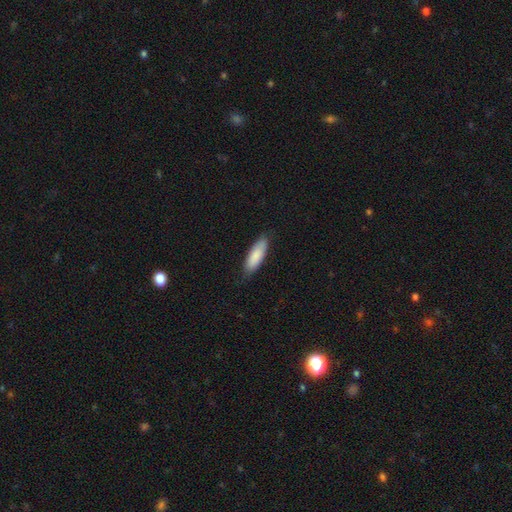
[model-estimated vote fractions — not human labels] This is clearly a smooth galaxy (86%). How rounded: likely in between (61%). Merging: clearly none (81%).